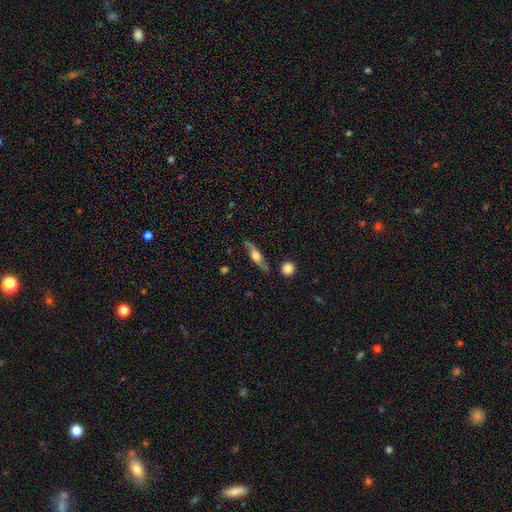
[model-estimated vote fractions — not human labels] This appears to be a featured or disk galaxy (68%). Merging: none (75%).